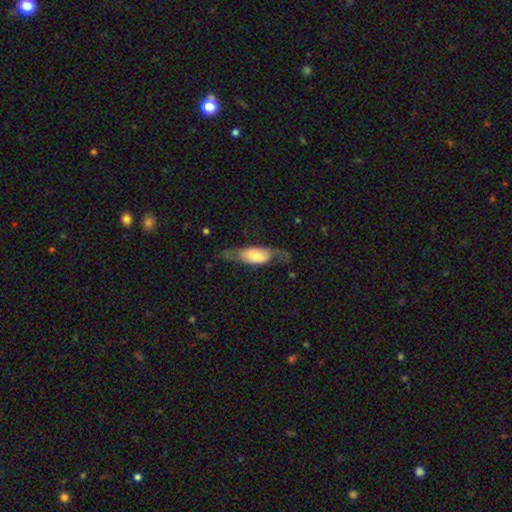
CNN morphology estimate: Smooth or featured? Predicted: featured or disk (p=0.48). Merging? Predicted: none (p=0.47).